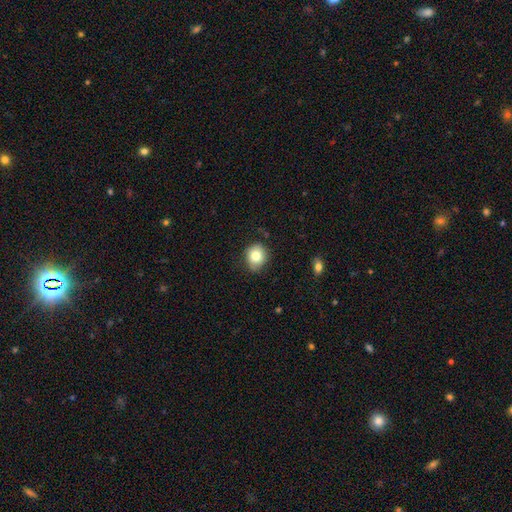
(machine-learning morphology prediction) type=smooth (81%); roundness=round (72%); merging=none (80%).